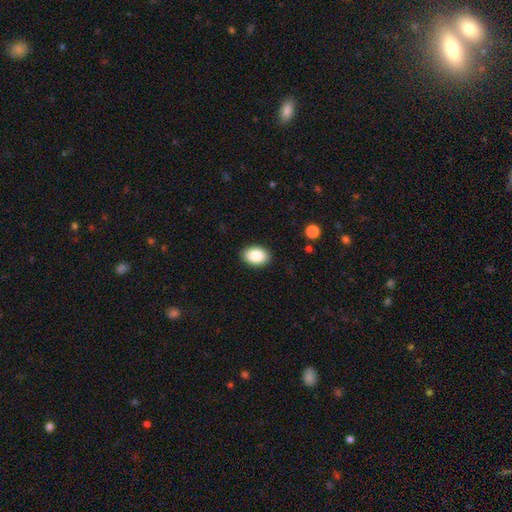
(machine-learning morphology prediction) This appears to be a smooth galaxy with no disk features (87%) that is in between round and cigar-shaped (85%). Merging: none (90%).